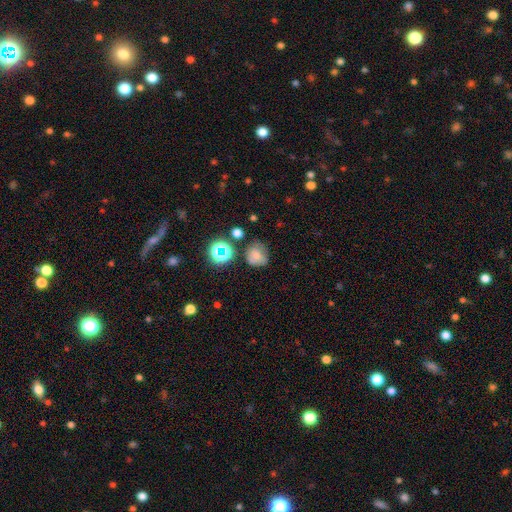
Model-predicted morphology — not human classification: A smooth galaxy with no disk features (66%) that is round (74%).

Vote fractions:
- Smooth or featured? smooth: 66% / star or artifact: 18% / featured or disk: 15%
- How rounded? round: 74% / in between: 25% / cigar-shaped: 1%
- Merging? none: 61% / minor disturbance: 24% / major disturbance: 9% / merger: 7%